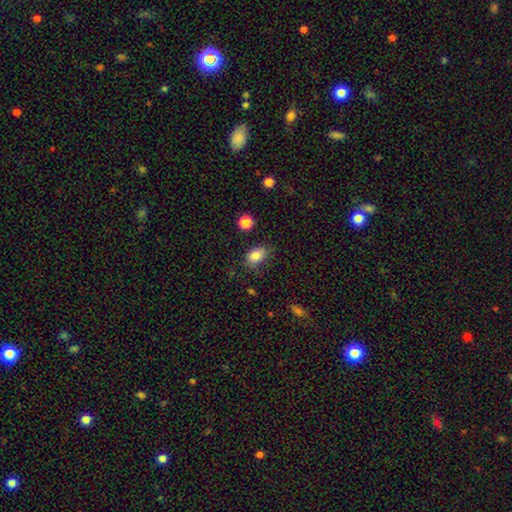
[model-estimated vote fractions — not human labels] Smooth or featured? smooth (83%)
How rounded? in between (79%)
Merging? none (72%)